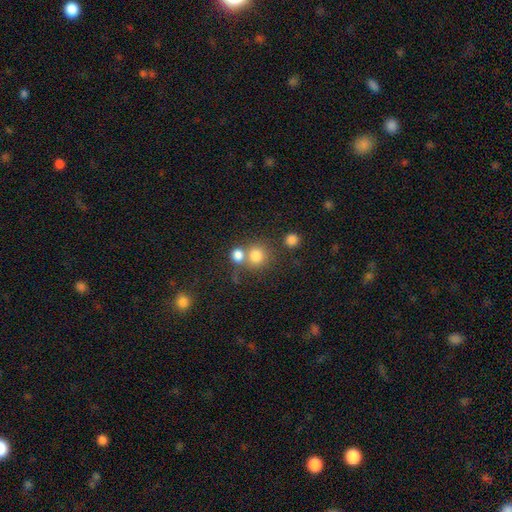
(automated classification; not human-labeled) Smooth or featured?
  - smooth: 79% *
  - star or artifact: 12%
  - featured or disk: 9%
How rounded?
  - round: 86% *
  - in between: 13%
  - cigar-shaped: 1%
Merging?
  - none: 54% *
  - merger: 34%
  - minor disturbance: 8%
  - major disturbance: 4%